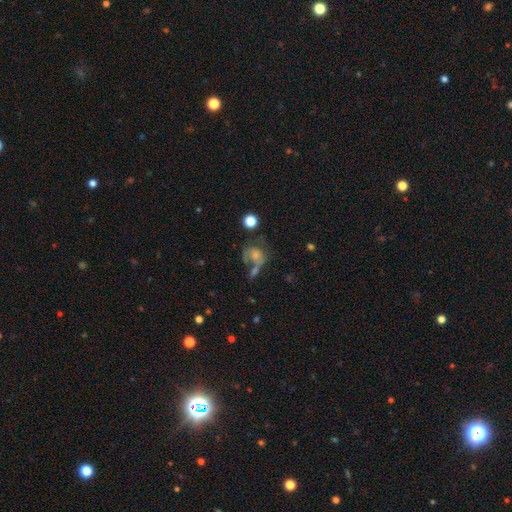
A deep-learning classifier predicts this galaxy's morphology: Overall: smooth (53%; featured or disk 34%). How rounded: round (54%; in between 45%). Merging: merger (28%; major disturbance 27%).